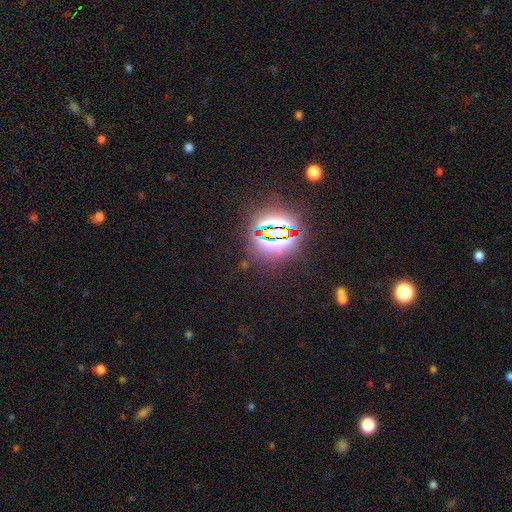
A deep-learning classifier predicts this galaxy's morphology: Smooth or featured? Predicted: star or artifact (p=0.85).